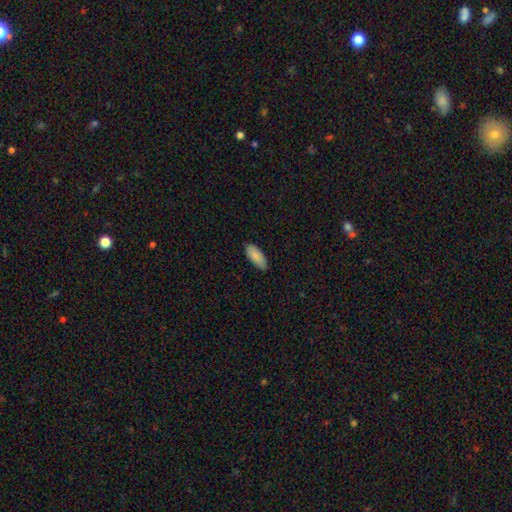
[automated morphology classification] The model was most divided on "how rounded": in between: 84%, cigar-shaped: 15%, round: 2%. More confident: smooth or featured — smooth (88%); merging — none (87%).